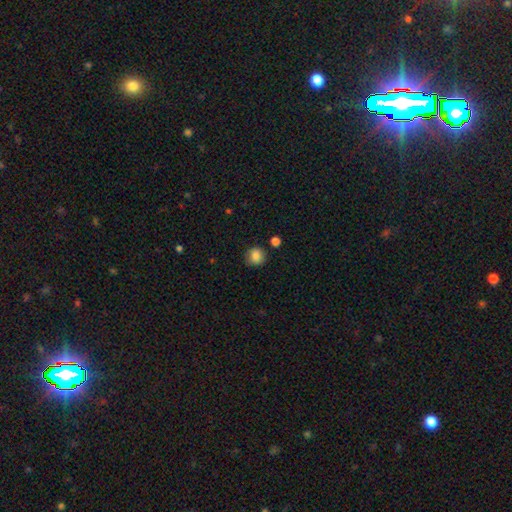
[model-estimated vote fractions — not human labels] A smooth galaxy with no disk features (86%) that is round (92%).

Vote fractions:
- Smooth or featured? smooth: 86% / star or artifact: 9% / featured or disk: 5%
- How rounded? round: 92% / in between: 7% / cigar-shaped: 1%
- Merging? none: 86% / minor disturbance: 9% / merger: 3% / major disturbance: 2%